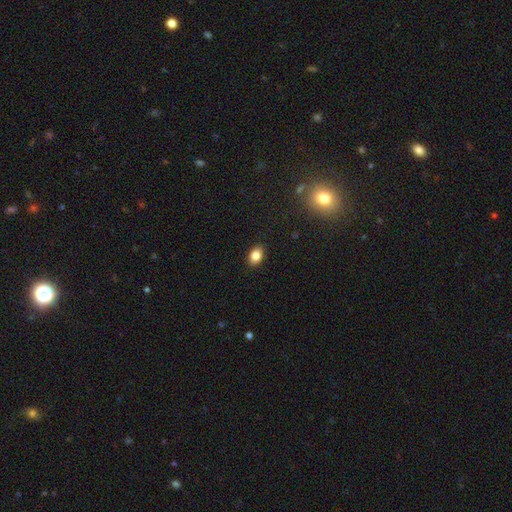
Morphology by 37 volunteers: A smooth galaxy with no disk features (86%) that is in between round and cigar-shaped (75%). Merging: none (91%).